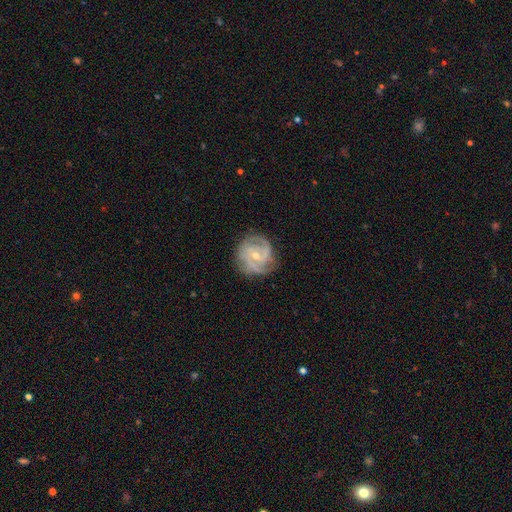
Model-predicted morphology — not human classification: Smooth or featured? Predicted: featured or disk (p=0.86). Edge-on disk? Predicted: no (p=0.98). Bar? Predicted: no (p=0.51). Spiral arms? Predicted: yes (p=0.97). Spiral winding? Predicted: tight (p=0.52). Spiral arm count? Predicted: 3 (p=0.38). Bulge size? Predicted: small (p=0.58). Merging? Predicted: none (p=0.74).